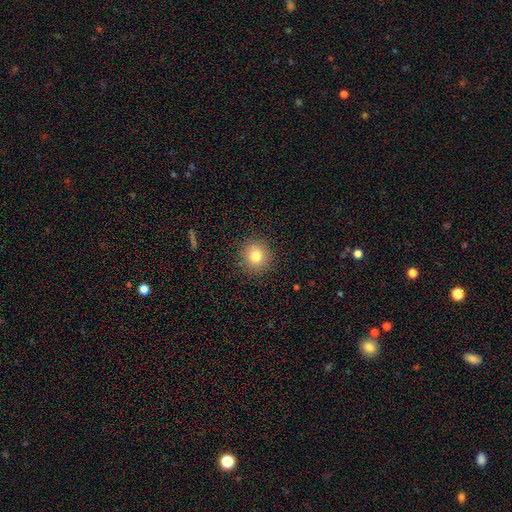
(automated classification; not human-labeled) smooth 80%, star or artifact 12%, featured or disk 8%. Down the decision tree: how rounded — round (91%); merging — none (89%).